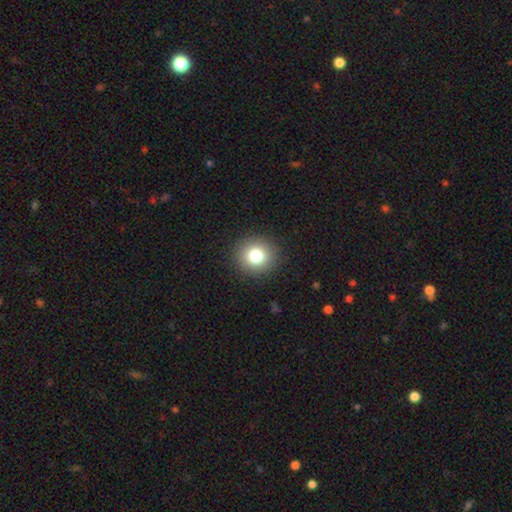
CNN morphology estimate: Smooth or featured?
  - smooth: 79% *
  - star or artifact: 12%
  - featured or disk: 9%
How rounded?
  - round: 90% *
  - in between: 9%
  - cigar-shaped: 1%
Merging?
  - none: 91% *
  - minor disturbance: 6%
  - major disturbance: 2%
  - merger: 1%